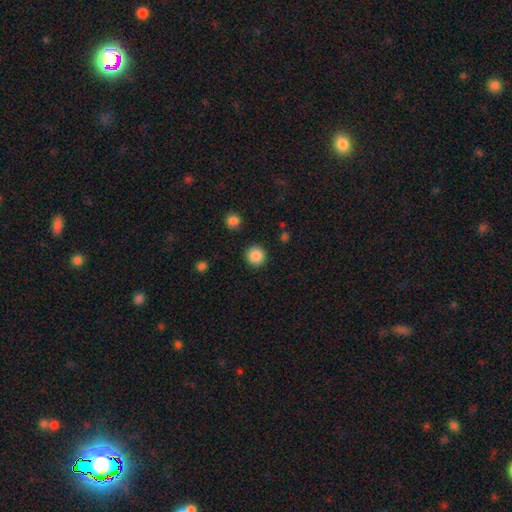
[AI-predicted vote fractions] This is clearly a smooth galaxy (88%). How rounded: clearly round (95%). Merging: clearly none (92%).